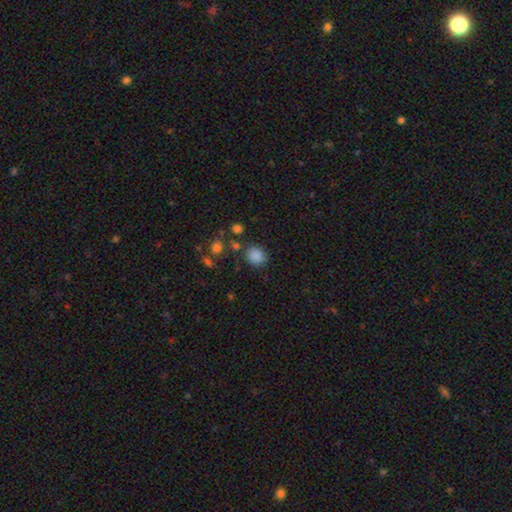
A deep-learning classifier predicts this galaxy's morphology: Smooth or featured? Predicted: smooth (p=0.84). How rounded? Predicted: round (p=0.76). Merging? Predicted: none (p=0.79).